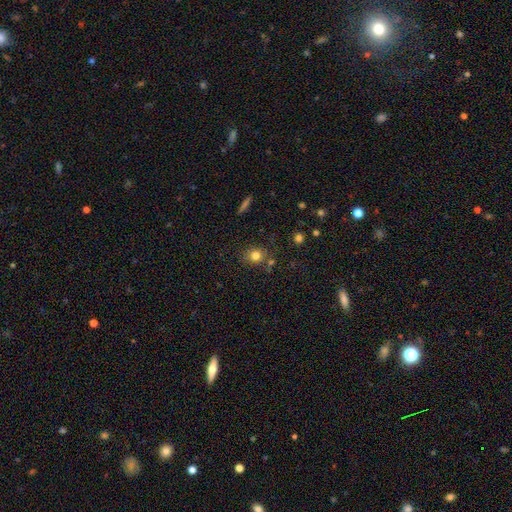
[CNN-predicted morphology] A smooth galaxy with no disk features (79%) that is round (77%).

Vote fractions:
- Smooth or featured? smooth: 79% / star or artifact: 13% / featured or disk: 8%
- How rounded? round: 77% / in between: 22% / cigar-shaped: 1%
- Merging? none: 74% / minor disturbance: 13% / merger: 9% / major disturbance: 4%